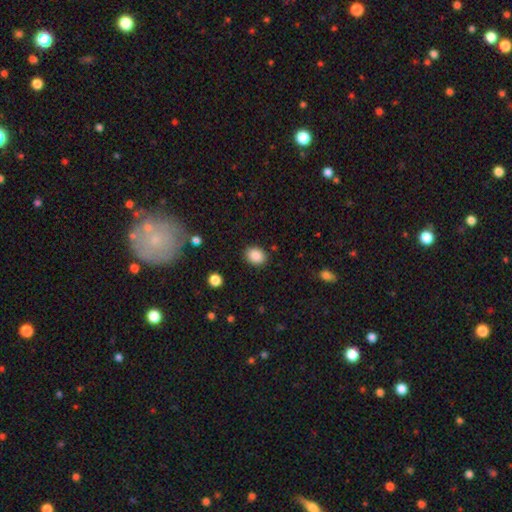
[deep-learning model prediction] smooth 87%, star or artifact 9%, featured or disk 4%. Down the decision tree: how rounded — in between (50%); merging — none (87%).